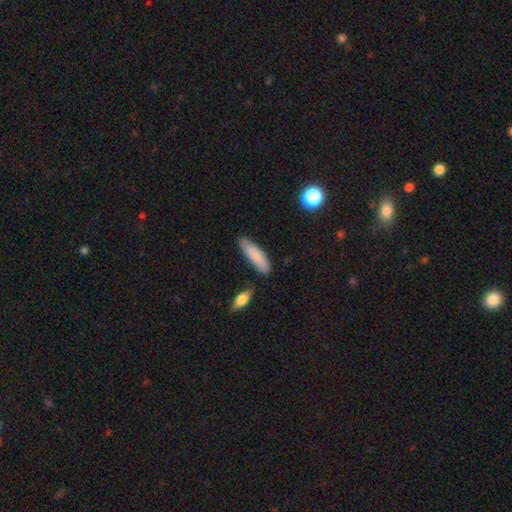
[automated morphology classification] Smooth or featured? smooth (83%)
How rounded? cigar-shaped (60%)
Merging? none (78%)